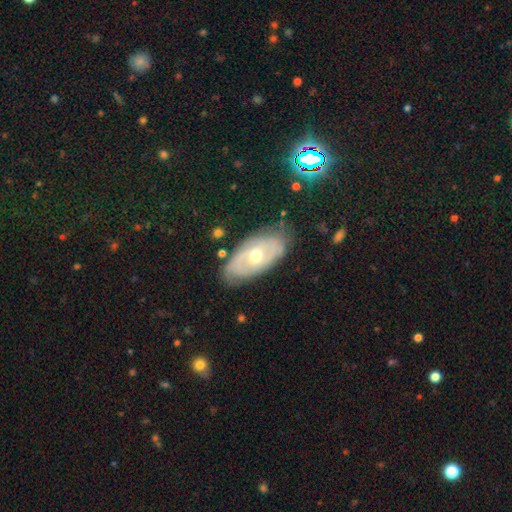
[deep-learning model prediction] featured or disk 69%, smooth 24%, star or artifact 7%. Down the decision tree: edge-on disk — no (90%); bar — no (68%); spiral arms — yes (67%); bulge size — moderate (66%); merging — none (77%).